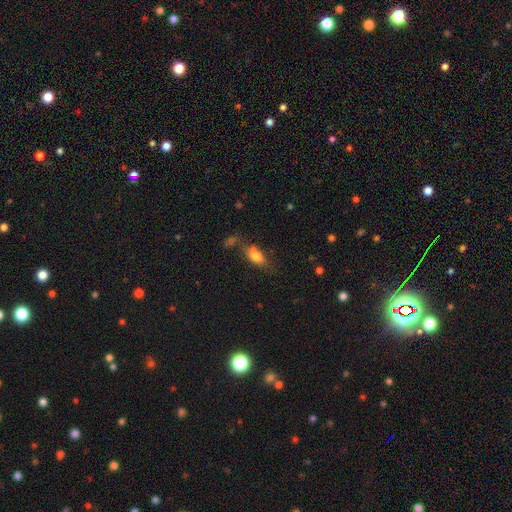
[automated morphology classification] A smooth galaxy with no disk features (76%) that is in between round and cigar-shaped (81%).

Vote fractions:
- Smooth or featured? smooth: 76% / featured or disk: 15% / star or artifact: 9%
- How rounded? in between: 81% / cigar-shaped: 13% / round: 6%
- Merging? none: 54% / minor disturbance: 20% / merger: 17% / major disturbance: 9%